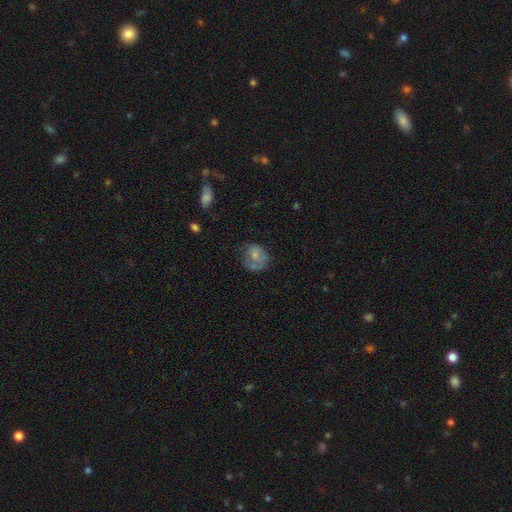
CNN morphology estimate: Smooth or featured? smooth (63%)
How rounded? round (61%)
Merging? none (43%)